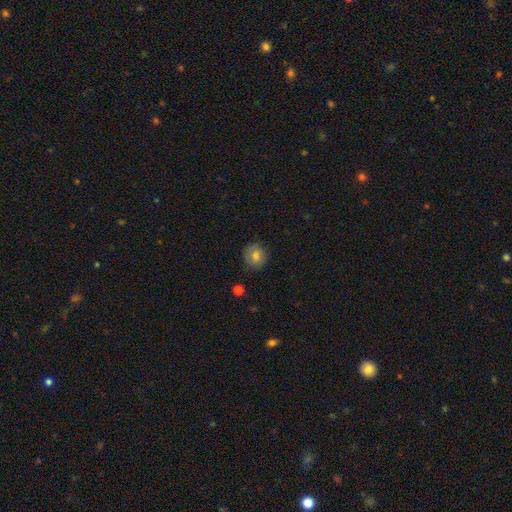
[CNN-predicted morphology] Smooth or featured? Predicted: smooth (p=0.78). How rounded? Predicted: round (p=0.87). Merging? Predicted: none (p=0.84).